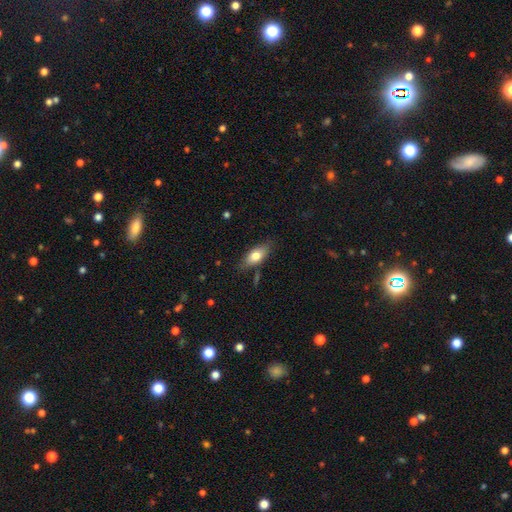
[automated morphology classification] Smooth or featured?
  - smooth: 73% *
  - featured or disk: 20%
  - star or artifact: 7%
How rounded?
  - in between: 81% *
  - cigar-shaped: 15%
  - round: 4%
Merging?
  - none: 77% *
  - minor disturbance: 17%
  - major disturbance: 4%
  - merger: 3%